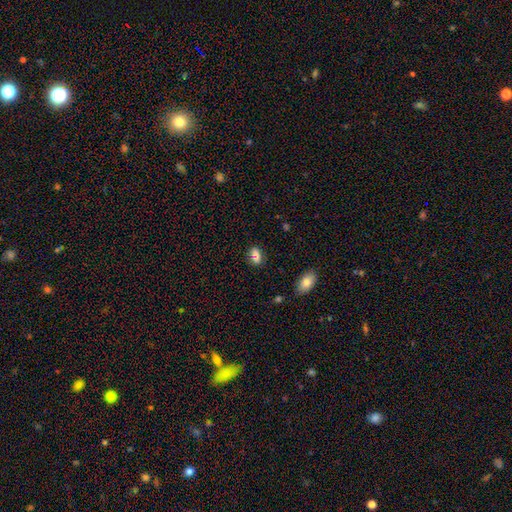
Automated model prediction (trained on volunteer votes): The model was most divided on "merging": none: 70%, minor disturbance: 15%, merger: 10%, major disturbance: 4%. More confident: smooth or featured — smooth (80%); how rounded — in between (79%).